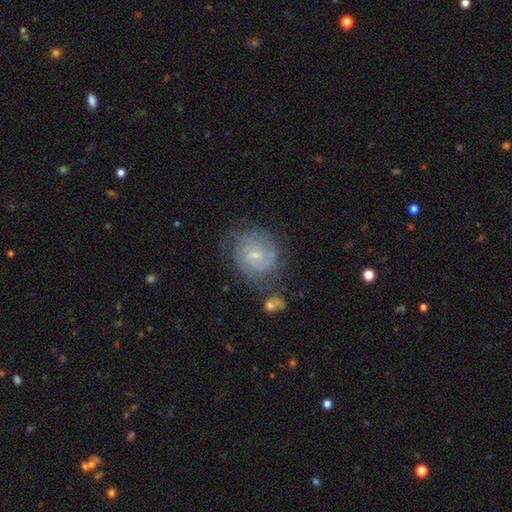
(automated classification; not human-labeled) Smooth or featured? Predicted: featured or disk (p=0.69). Edge-on disk? Predicted: no (p=0.98). Bar? Predicted: weak (p=0.51). Spiral arms? Predicted: yes (p=0.88). Spiral winding? Predicted: tight (p=0.56). Spiral arm count? Predicted: can't tell (p=0.40). Bulge size? Predicted: small (p=0.65). Merging? Predicted: none (p=0.60).